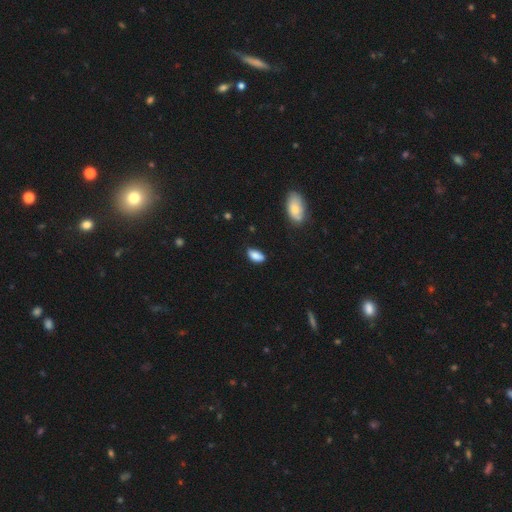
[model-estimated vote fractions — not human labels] A smooth galaxy with no disk features (86%) that is in between round and cigar-shaped (92%). Merging: none (70%).